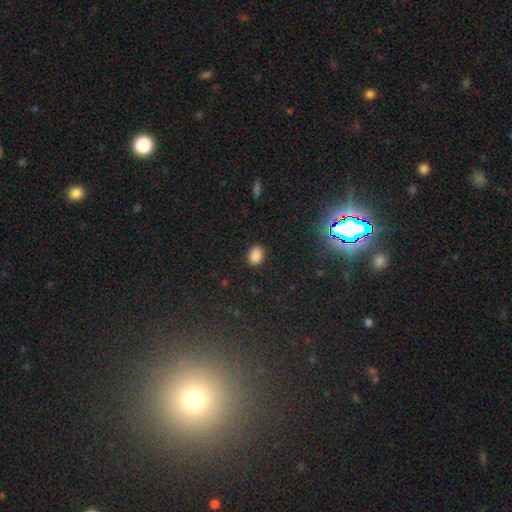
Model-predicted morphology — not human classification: Smooth or featured? smooth (86%)
How rounded? in between (54%)
Merging? none (87%)